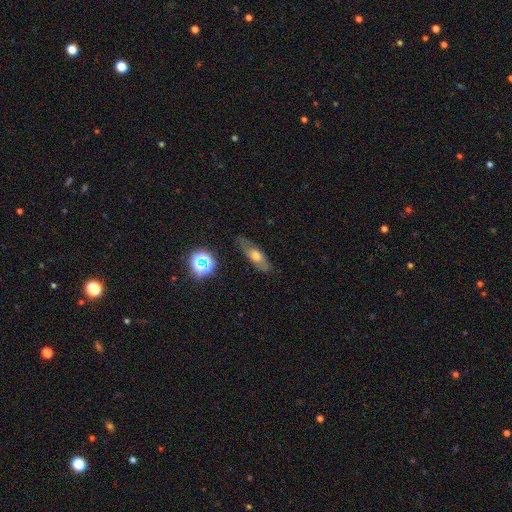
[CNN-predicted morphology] smooth_or_featured: featured or disk (p=0.46) [alt: smooth p=0.43]
merging: none (p=0.76) [alt: minor disturbance p=0.17]